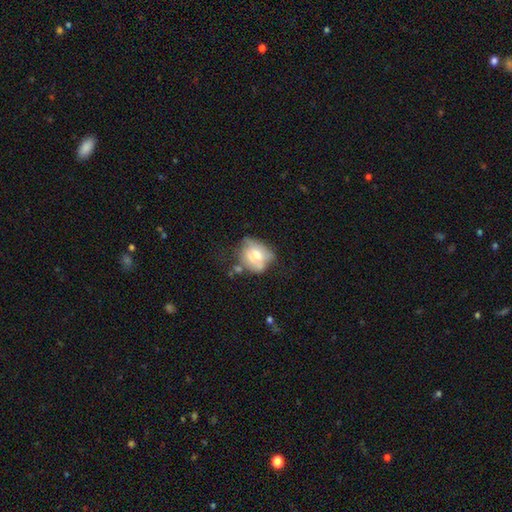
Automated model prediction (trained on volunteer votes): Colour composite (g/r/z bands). It shows a smooth galaxy with no disk features (56%) that is round (63%). Merging: none (38%).